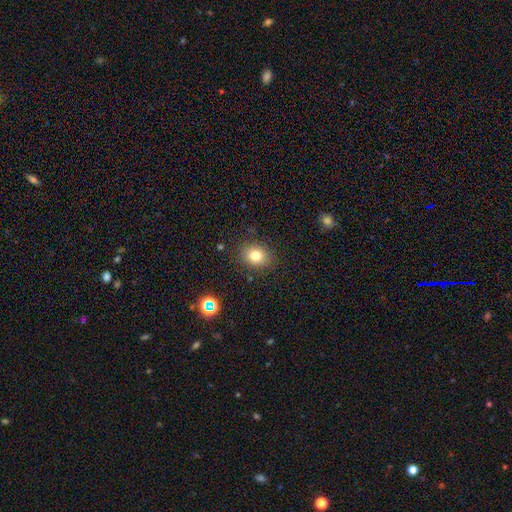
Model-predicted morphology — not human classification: Smooth or featured? smooth (78%)
How rounded? round (59%)
Merging? none (86%)